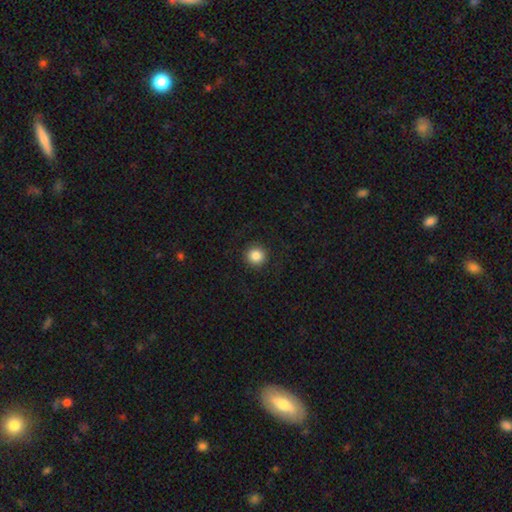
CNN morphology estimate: A smooth galaxy with no disk features (86%) that is round (95%).

Vote fractions:
- Smooth or featured? smooth: 86% / star or artifact: 10% / featured or disk: 4%
- How rounded? round: 95% / in between: 4% / cigar-shaped: 1%
- Merging? none: 92% / minor disturbance: 5% / major disturbance: 2% / merger: 1%